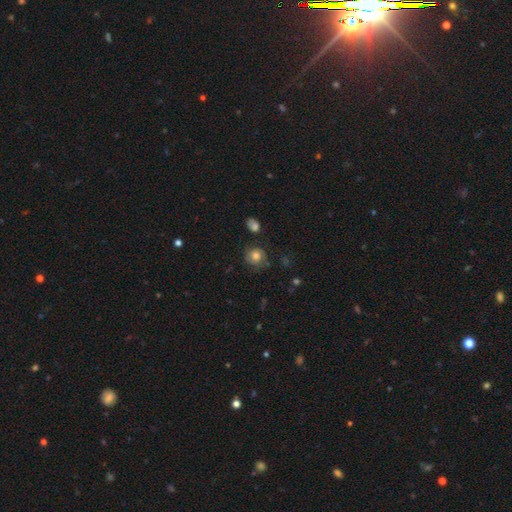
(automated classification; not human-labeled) The model was most divided on "merging": none: 71%, minor disturbance: 18%, major disturbance: 7%, merger: 4%. More confident: how rounded — round (85%); smooth or featured — smooth (72%).